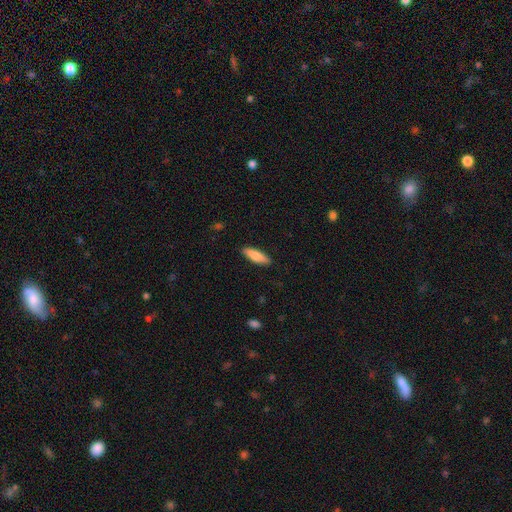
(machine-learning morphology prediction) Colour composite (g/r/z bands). It shows a smooth galaxy with no disk features (80%) that is in between round and cigar-shaped (51%). Merging: none (89%).